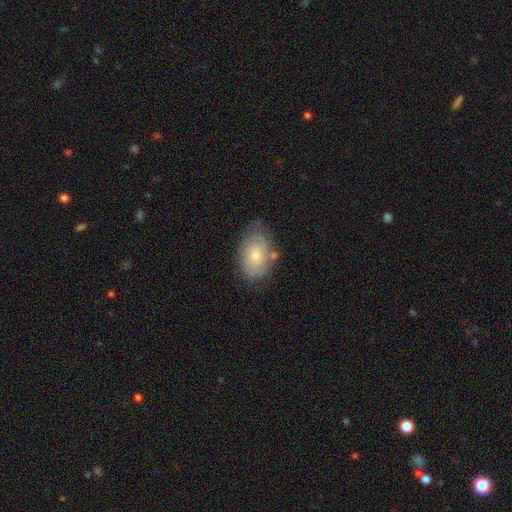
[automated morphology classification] Overall: smooth (68%). How rounded: in between (86%). Merging: none (60%; minor disturbance 28%).